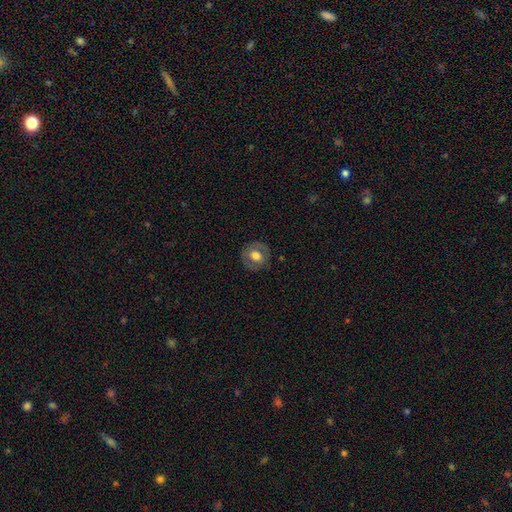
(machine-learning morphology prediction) Smooth or featured: smooth — 56% (featured or disk — 37%)
How rounded: round — 82% (in between — 17%)
Merging: none — 82% (minor disturbance — 12%)